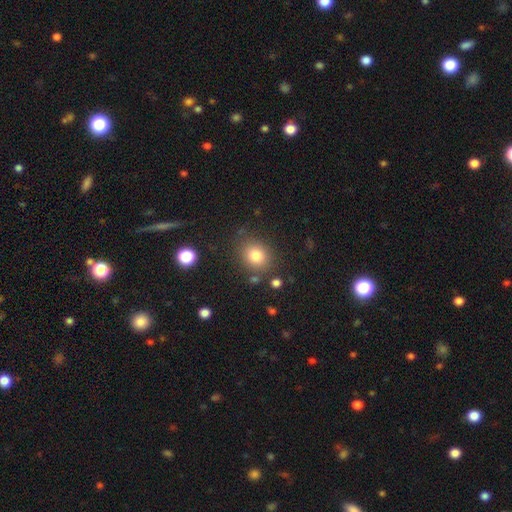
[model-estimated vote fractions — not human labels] smooth 81%, star or artifact 12%, featured or disk 8%. Down the decision tree: how rounded — round (69%); merging — none (80%).